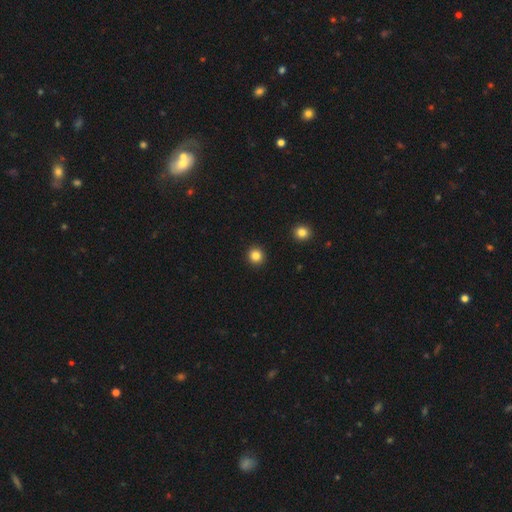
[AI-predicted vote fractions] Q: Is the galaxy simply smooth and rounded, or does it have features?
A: smooth — 84%.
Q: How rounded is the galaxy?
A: round — 93%.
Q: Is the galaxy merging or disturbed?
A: none — 93%.